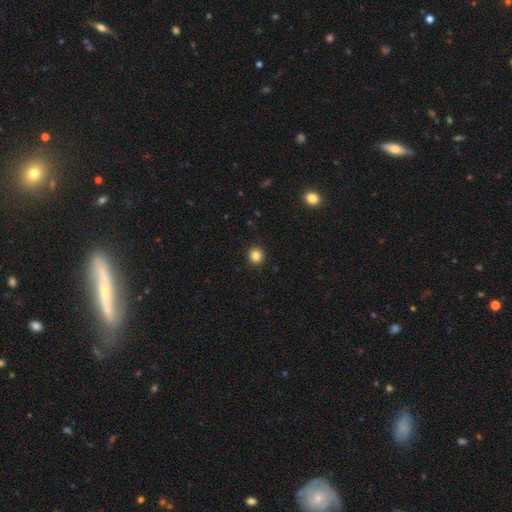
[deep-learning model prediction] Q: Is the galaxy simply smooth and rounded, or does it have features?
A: smooth — 84%.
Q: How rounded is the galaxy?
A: round — 94%.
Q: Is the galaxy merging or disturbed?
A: none — 93%.